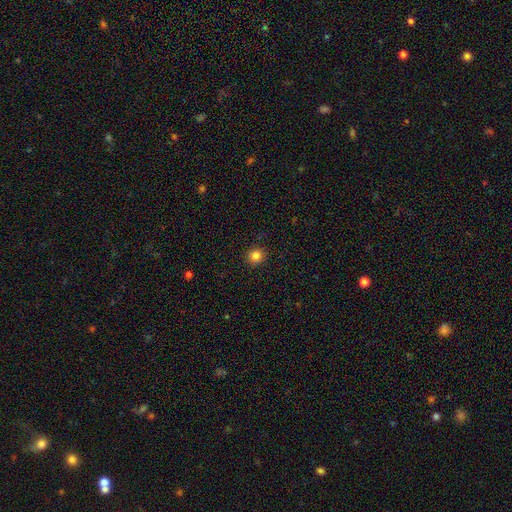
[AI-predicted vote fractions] The model was most divided on "smooth or featured": smooth: 84%, star or artifact: 12%, featured or disk: 4%. More confident: how rounded — round (92%); merging — none (92%).